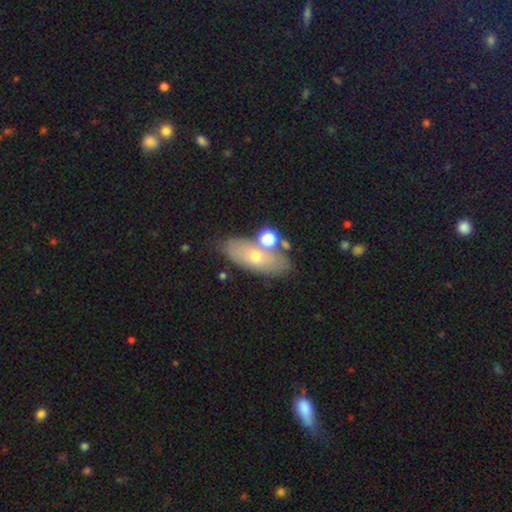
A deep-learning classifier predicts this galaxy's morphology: Smooth or featured?
  - smooth: 57% *
  - featured or disk: 32%
  - star or artifact: 10%
How rounded?
  - in between: 77% *
  - cigar-shaped: 15%
  - round: 8%
Merging?
  - none: 69% *
  - merger: 13%
  - minor disturbance: 13%
  - major disturbance: 5%